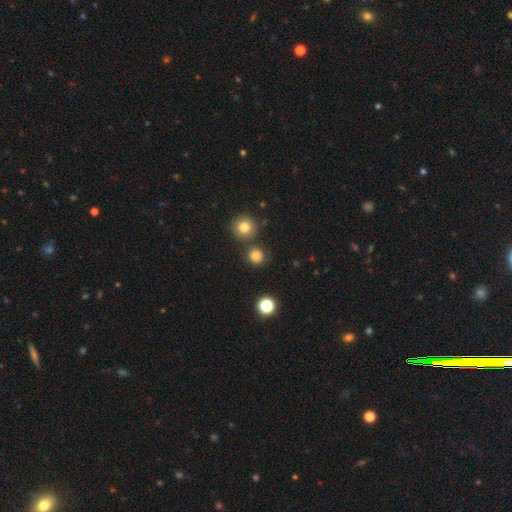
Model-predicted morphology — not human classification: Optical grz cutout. It shows a smooth galaxy with no disk features (79%) that is round (90%). Merging: none (76%).